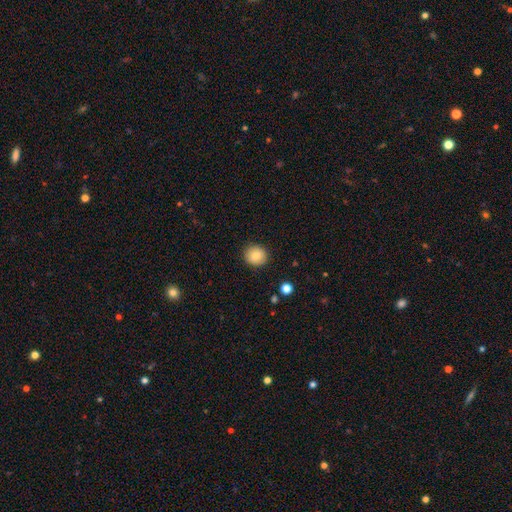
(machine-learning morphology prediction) This is clearly a smooth galaxy (84%). How rounded: clearly round (84%). Merging: clearly none (90%).